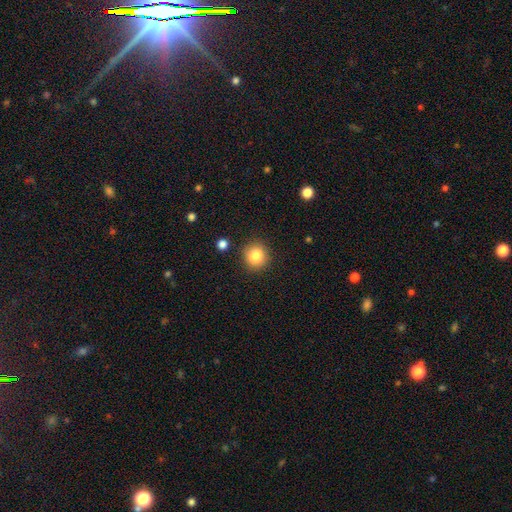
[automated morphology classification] A smooth galaxy with no disk features (84%) that is round (90%). Merging: none (88%).